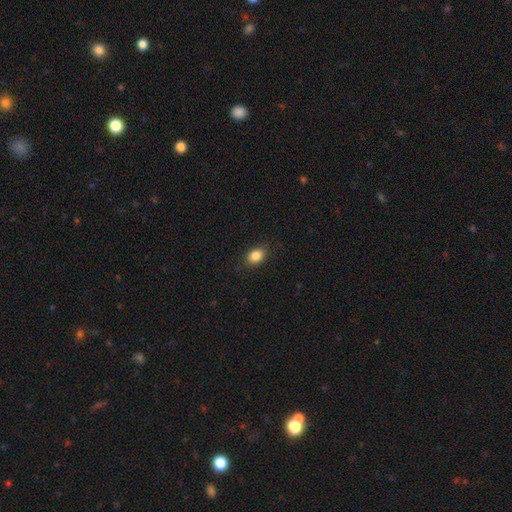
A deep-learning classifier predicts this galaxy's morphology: Q: Smooth or featured?
A: smooth (86%); runner-up: star or artifact (9%)
Q: How rounded?
A: in between (68%); runner-up: round (31%)
Q: Merging?
A: none (85%); runner-up: minor disturbance (11%)